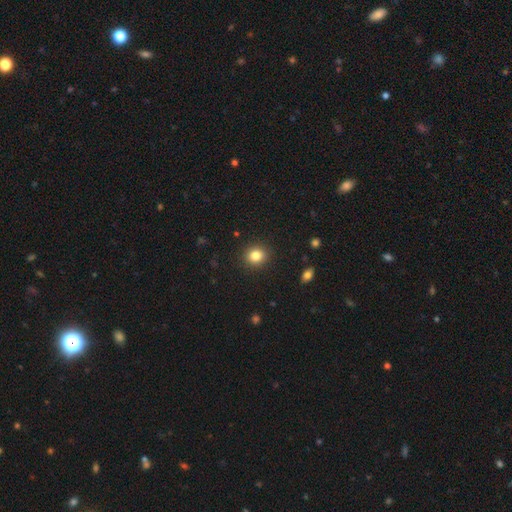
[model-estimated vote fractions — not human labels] This appears to be a smooth galaxy with no disk features (83%) that is round (82%). Merging: none (91%).